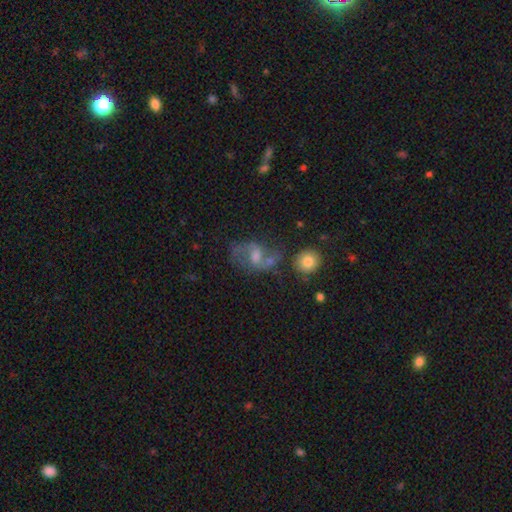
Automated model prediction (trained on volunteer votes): This appears to be a featured or disk galaxy (67%) with a weak bar (48%), 2 (84%) medium (47%) spiral arms (86%) and a moderate central bulge (50%). Merging: none (61%).